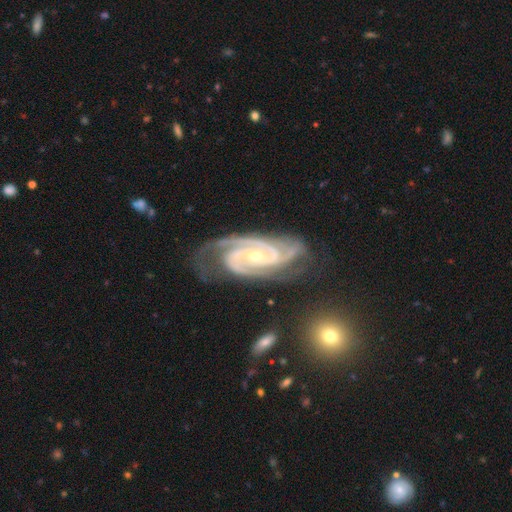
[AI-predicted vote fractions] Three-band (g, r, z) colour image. It shows a featured or disk galaxy (93%) with no bar (46%), 2 (39%) tight (61%) spiral arms (99%) and a small central bulge (66%). Merging: none (64%).